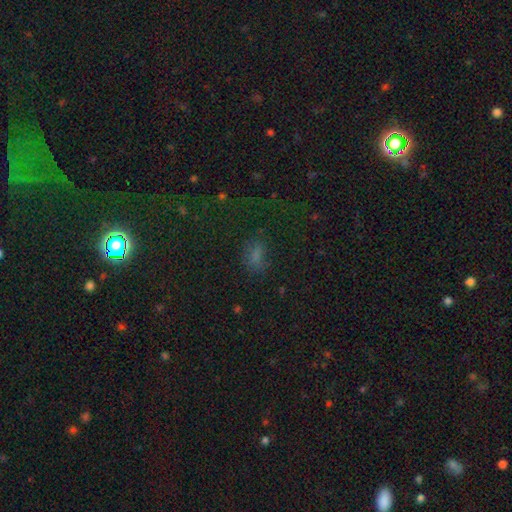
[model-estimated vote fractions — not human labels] smooth 66%, star or artifact 25%, featured or disk 9%. Down the decision tree: how rounded — in between (77%); merging — none (64%).